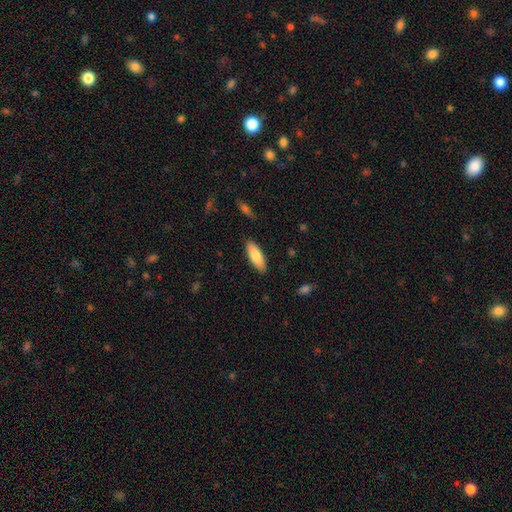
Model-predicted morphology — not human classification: A smooth galaxy with no disk features (84%) that is in between round and cigar-shaped (69%).

Vote fractions:
- Smooth or featured? smooth: 84% / featured or disk: 11% / star or artifact: 6%
- How rounded? in between: 69% / cigar-shaped: 29% / round: 2%
- Merging? none: 88% / minor disturbance: 9% / major disturbance: 2% / merger: 1%